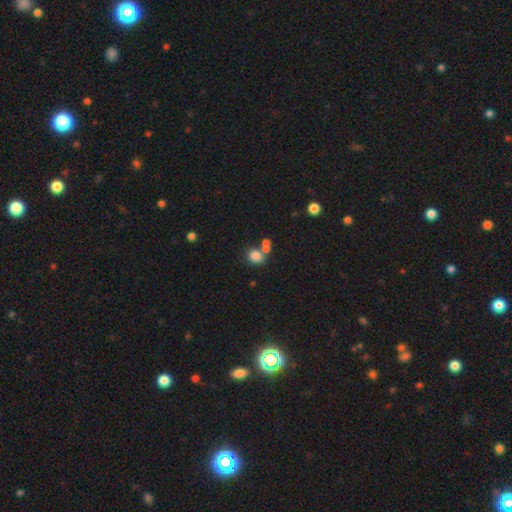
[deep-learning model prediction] Q: Smooth or featured?
A: smooth (80%); runner-up: star or artifact (12%)
Q: How rounded?
A: round (60%); runner-up: in between (39%)
Q: Merging?
A: none (50%); runner-up: merger (36%)